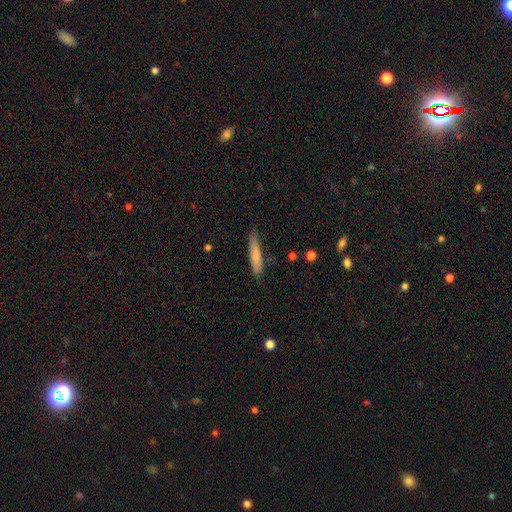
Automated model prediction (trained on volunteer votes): A smooth galaxy with no disk features (77%) that is cigar-shaped (89%).

Vote fractions:
- Smooth or featured? smooth: 77% / featured or disk: 17% / star or artifact: 6%
- How rounded? cigar-shaped: 89% / in between: 10% / round: 1%
- Merging? none: 83% / minor disturbance: 13% / major disturbance: 2% / merger: 2%